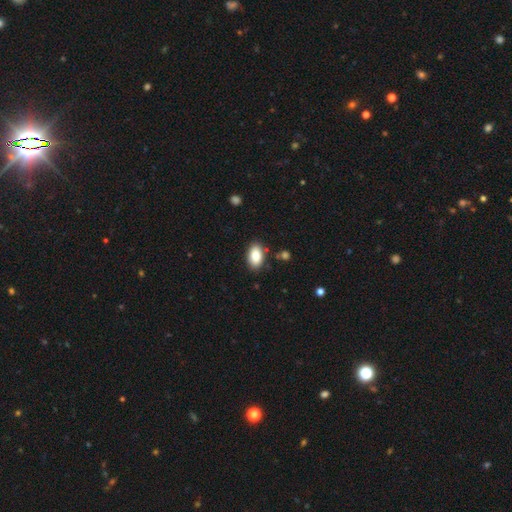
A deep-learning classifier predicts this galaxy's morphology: Smooth or featured? Predicted: smooth (p=0.85). How rounded? Predicted: in between (p=0.93). Merging? Predicted: none (p=0.84).